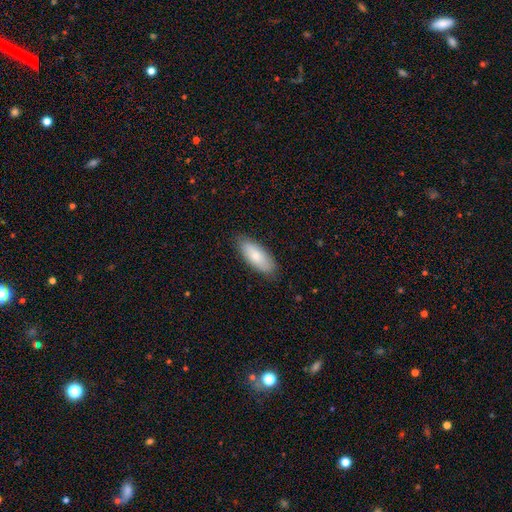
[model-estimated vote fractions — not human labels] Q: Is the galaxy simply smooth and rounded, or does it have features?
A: smooth — 80%.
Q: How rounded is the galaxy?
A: in between — 79%.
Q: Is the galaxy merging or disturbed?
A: none — 85%.